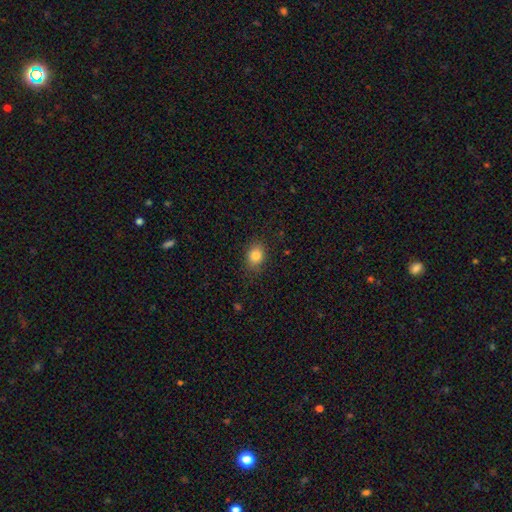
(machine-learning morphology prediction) Smooth or featured?
  - smooth: 83% *
  - star or artifact: 10%
  - featured or disk: 7%
How rounded?
  - in between: 52% *
  - round: 47%
  - cigar-shaped: 1%
Merging?
  - none: 84% *
  - minor disturbance: 12%
  - major disturbance: 3%
  - merger: 1%